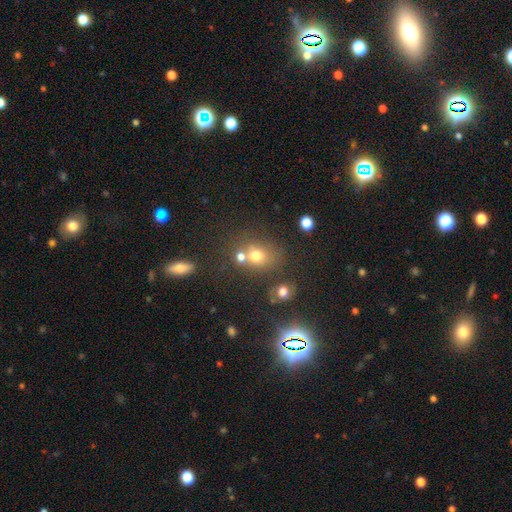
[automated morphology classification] Smooth or featured? smooth (68%)
How rounded? round (63%)
Merging? none (48%)